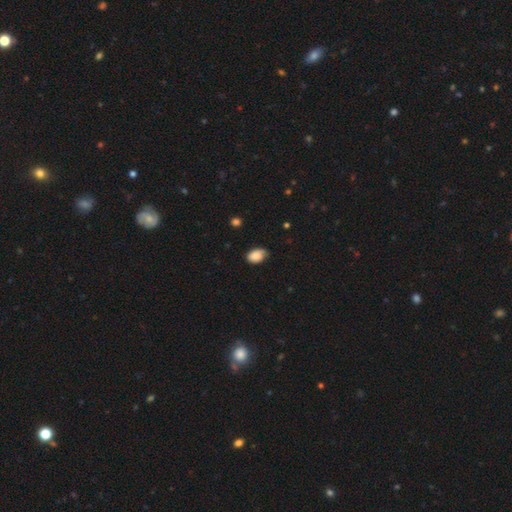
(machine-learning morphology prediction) type=smooth (85%); roundness=in between (85%); merging=none (59%).